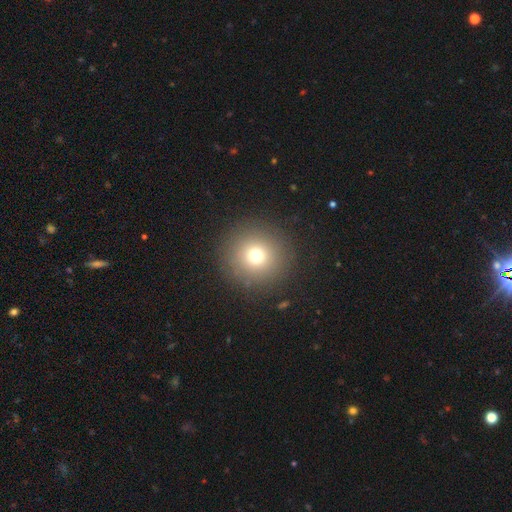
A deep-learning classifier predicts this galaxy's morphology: smooth_or_featured: smooth (p=0.72) [alt: star or artifact p=0.17]
how_rounded: round (p=0.96) [alt: in between p=0.03]
merging: none (p=0.90) [alt: minor disturbance p=0.05]